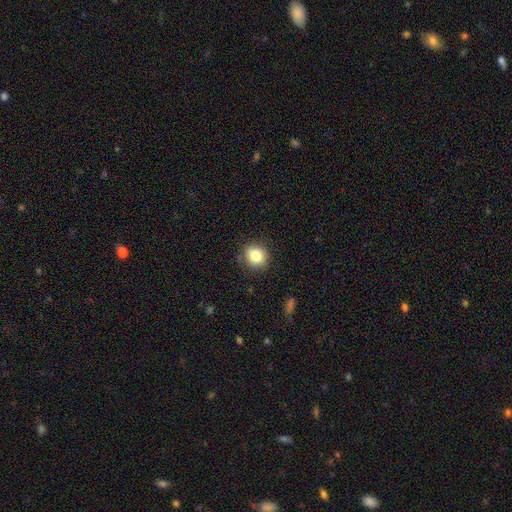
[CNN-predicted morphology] type=smooth (83%); roundness=round (76%); merging=none (87%).